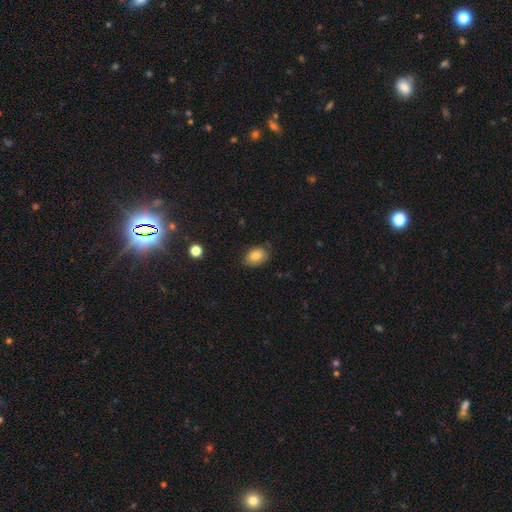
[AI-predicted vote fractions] This is likely a smooth galaxy (79%). How rounded: clearly in between (84%). Merging: likely none (73%).